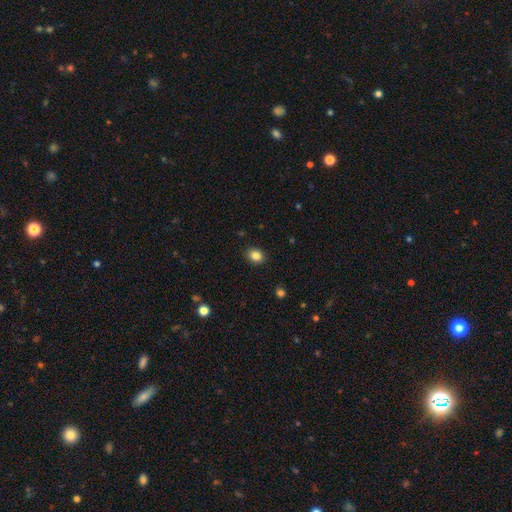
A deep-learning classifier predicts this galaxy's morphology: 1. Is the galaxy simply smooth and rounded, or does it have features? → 85% smooth, 10% star or artifact, 5% featured or disk.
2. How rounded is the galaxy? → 50% in between, 49% round, 1% cigar-shaped.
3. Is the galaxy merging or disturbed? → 89% none, 8% minor disturbance, 2% major disturbance, 1% merger.